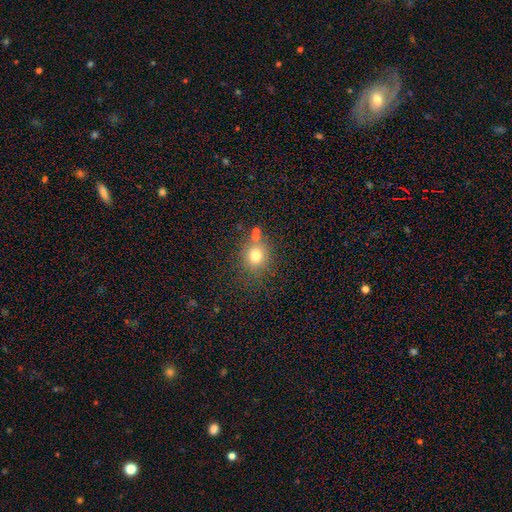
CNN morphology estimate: Overall: smooth (72%). How rounded: round (84%). Merging: none (75%).